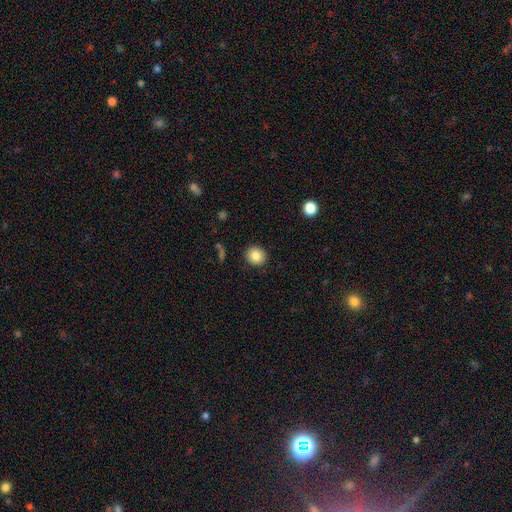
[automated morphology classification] The model was most divided on "smooth or featured": smooth: 84%, star or artifact: 9%, featured or disk: 7%. More confident: merging — none (91%); how rounded — round (87%).